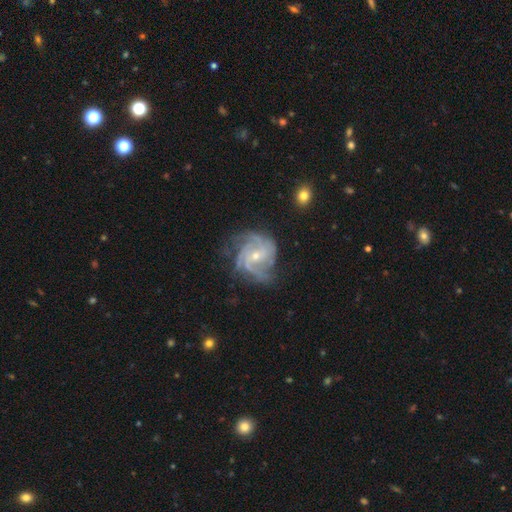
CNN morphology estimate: Smooth or featured: featured or disk — 89% (star or artifact — 6%)
Edge-on disk: no — 98% (yes — 2%)
Bar: no — 54% (weak — 36%)
Spiral arms: yes — 97% (no — 3%)
Spiral winding: tight — 45% (medium — 44%)
Spiral arm count: 3 — 37% (4 — 19%)
Bulge size: small — 64% (moderate — 33%)
Merging: none — 65% (minor disturbance — 22%)